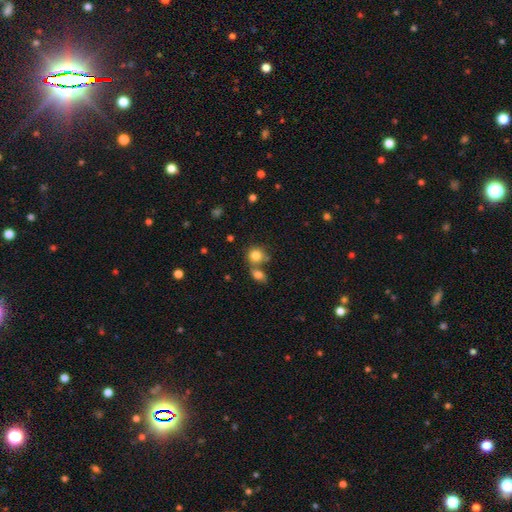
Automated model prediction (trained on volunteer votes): Morphology: type=smooth (82%); roundness=round (76%); merging=none (45%).